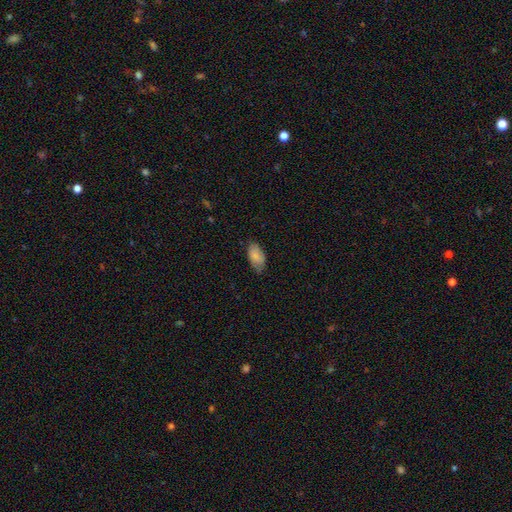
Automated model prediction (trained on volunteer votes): Smooth or featured? smooth (83%)
How rounded? in between (94%)
Merging? none (69%)